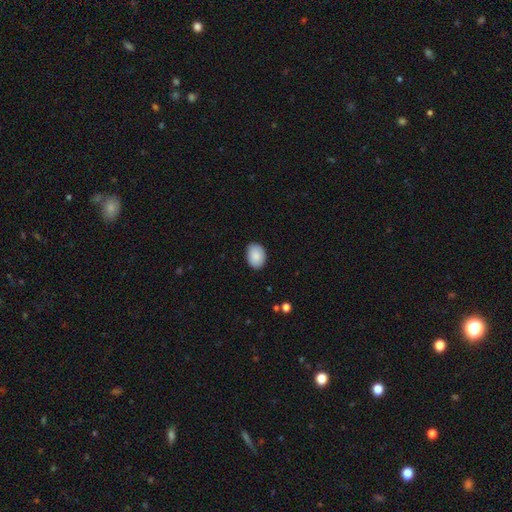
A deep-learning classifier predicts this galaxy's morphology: Smooth or featured: smooth — 89% (star or artifact — 6%)
How rounded: in between — 76% (round — 23%)
Merging: none — 88% (minor disturbance — 9%)